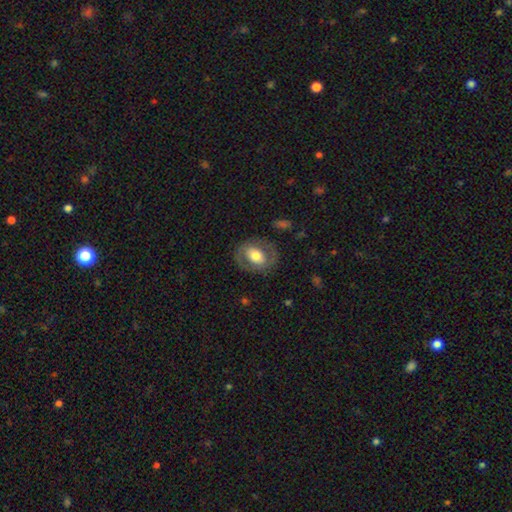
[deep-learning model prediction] The model was most divided on "smooth or featured": featured or disk: 49%, smooth: 45%, star or artifact: 6%. More confident: merging — none (77%).